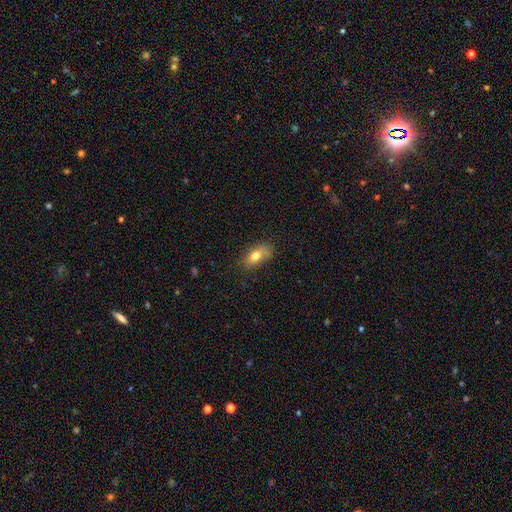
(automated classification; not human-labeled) Smooth or featured?
  - smooth: 76% *
  - featured or disk: 15%
  - star or artifact: 8%
How rounded?
  - in between: 84% *
  - cigar-shaped: 9%
  - round: 7%
Merging?
  - none: 73% *
  - minor disturbance: 20%
  - major disturbance: 5%
  - merger: 2%